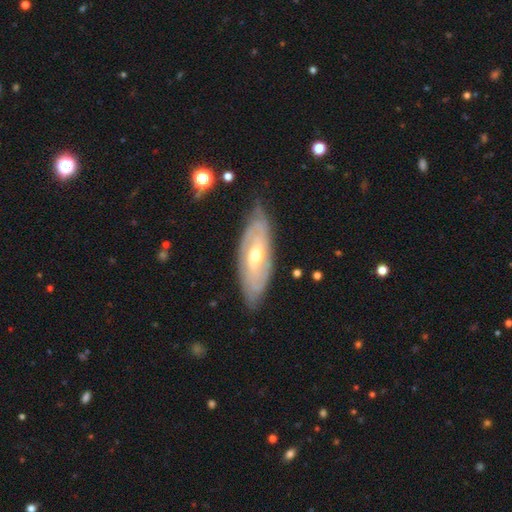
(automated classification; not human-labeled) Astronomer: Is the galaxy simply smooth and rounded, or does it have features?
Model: featured or disk — 80%.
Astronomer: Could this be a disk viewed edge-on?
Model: no — 85%.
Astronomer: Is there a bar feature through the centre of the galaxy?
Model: no — 50% (runner-up: weak, 36%).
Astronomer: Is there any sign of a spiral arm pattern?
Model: yes — 89%.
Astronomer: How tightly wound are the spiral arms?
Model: tight — 70%.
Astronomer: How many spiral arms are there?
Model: can't tell — 47% (runner-up: 2, 30%).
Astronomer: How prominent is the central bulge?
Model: moderate — 55% (runner-up: small, 41%).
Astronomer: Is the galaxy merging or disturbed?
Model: none — 75%.